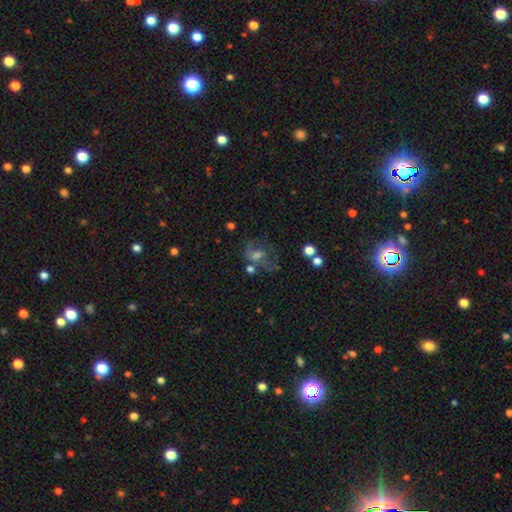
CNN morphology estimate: A featured or disk galaxy (51%).

Vote fractions:
- Smooth or featured? featured or disk: 51% / smooth: 26% / star or artifact: 23%
- Edge-on disk? no: 95% / yes: 5%
- Merging? none: 45% / major disturbance: 24% / minor disturbance: 19% / merger: 11%